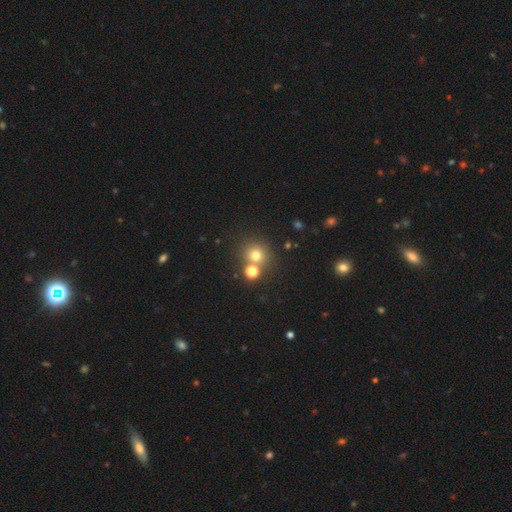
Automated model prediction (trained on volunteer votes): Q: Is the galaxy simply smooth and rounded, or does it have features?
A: smooth — 72%.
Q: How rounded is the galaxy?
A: round — 89%.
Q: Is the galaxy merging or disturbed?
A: none — 67%.